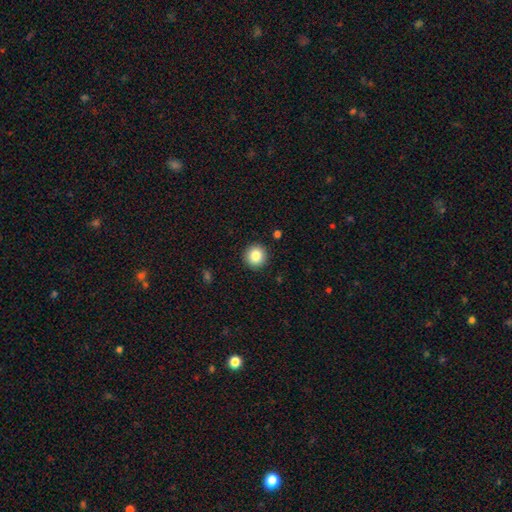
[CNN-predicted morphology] smooth-or-featured: smooth: 85% | star or artifact: 9% | featured or disk: 6%
  how-rounded: round: 94% | in between: 5% | cigar-shaped: 1%
  merging: none: 92% | minor disturbance: 5% | major disturbance: 2% | merger: 1%